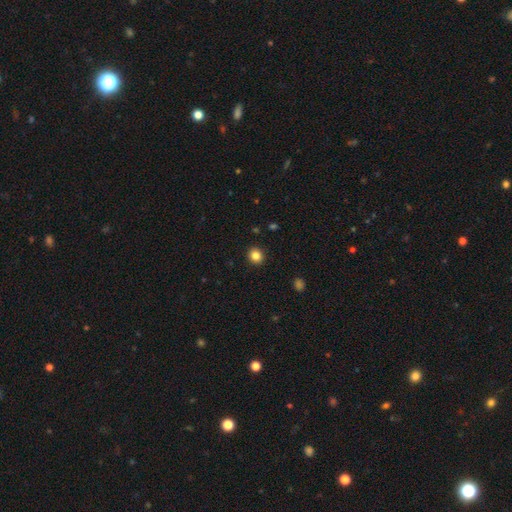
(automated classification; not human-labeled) This is clearly a smooth galaxy (84%). How rounded: clearly round (83%). Merging: clearly none (92%).